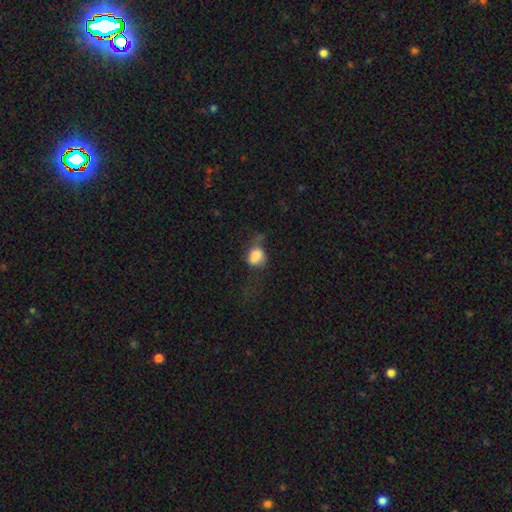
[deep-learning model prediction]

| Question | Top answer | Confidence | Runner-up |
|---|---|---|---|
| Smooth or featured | smooth | 76% | featured or disk (15%) |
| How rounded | in between | 59% | round (40%) |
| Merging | major disturbance | 39% | none (28%) |